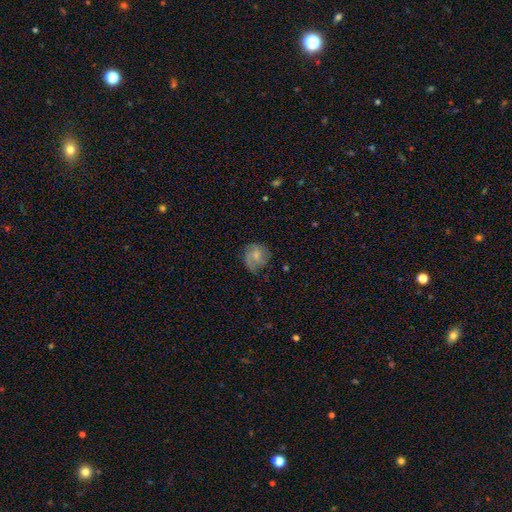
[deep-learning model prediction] featured or disk 62%, smooth 30%, star or artifact 8%. Down the decision tree: edge-on disk — no (98%); bar — no (62%); spiral arms — yes (91%); spiral arm count — 2 (48%); spiral winding — medium (43%); bulge size — moderate (40%); merging — none (64%).